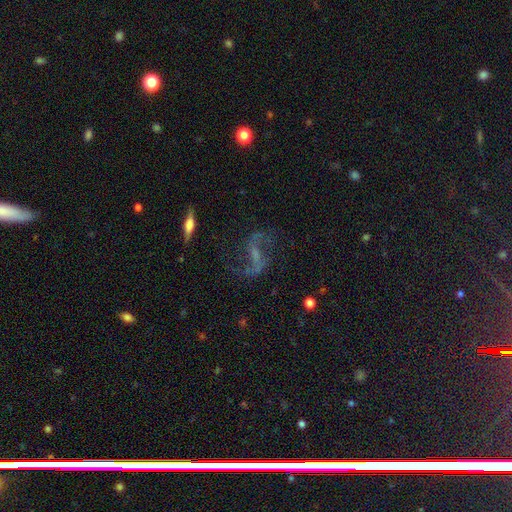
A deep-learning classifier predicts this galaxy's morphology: featured or disk 82%, star or artifact 10%, smooth 8%. Down the decision tree: edge-on disk — no (95%); bar — weak (45%); spiral arms — yes (93%); spiral arm count — 2 (91%); spiral winding — loose (74%); bulge size — small (47%); merging — none (70%).